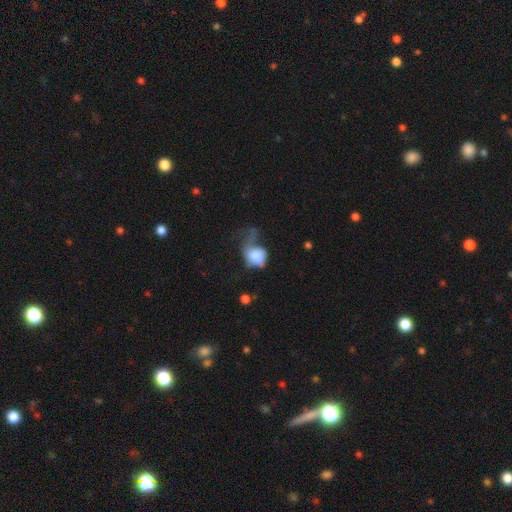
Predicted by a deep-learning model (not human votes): Q: Smooth or featured?
A: smooth (70%); runner-up: featured or disk (21%)
Q: How rounded?
A: in between (58%); runner-up: round (40%)
Q: Merging?
A: major disturbance (52%); runner-up: minor disturbance (24%)